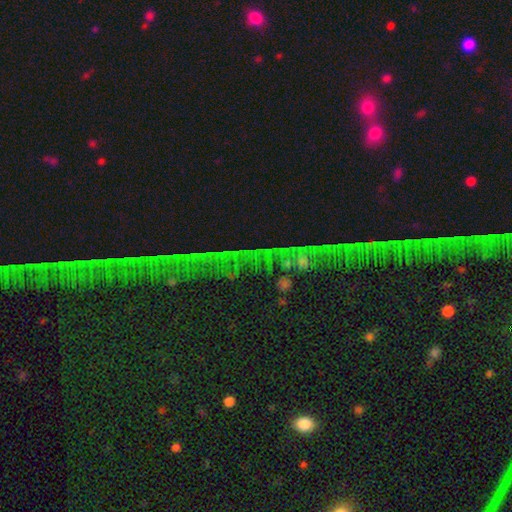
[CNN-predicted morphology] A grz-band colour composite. It shows a star or artifact, not a galaxy (82%).